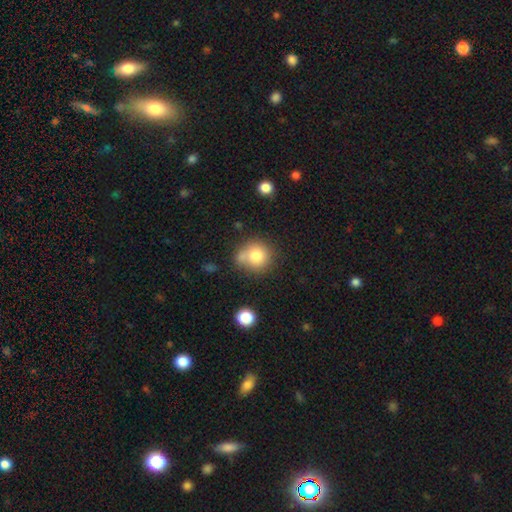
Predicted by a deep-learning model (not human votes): This appears to be a smooth galaxy with no disk features (79%) that is round (87%). Merging: none (56%).